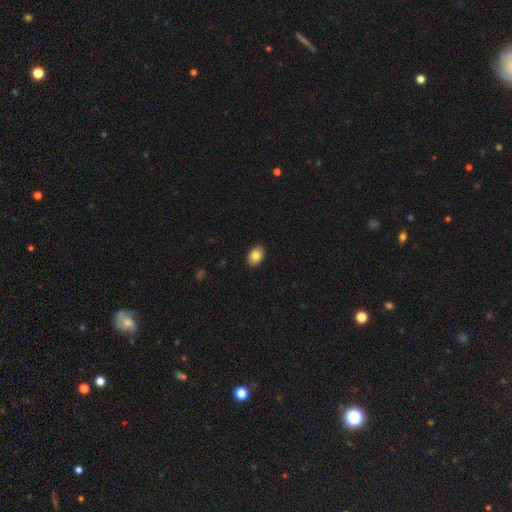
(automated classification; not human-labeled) Smooth or featured?
  - smooth: 83% *
  - featured or disk: 9%
  - star or artifact: 8%
How rounded?
  - in between: 79% *
  - round: 20%
  - cigar-shaped: 1%
Merging?
  - none: 90% *
  - minor disturbance: 7%
  - major disturbance: 2%
  - merger: 1%